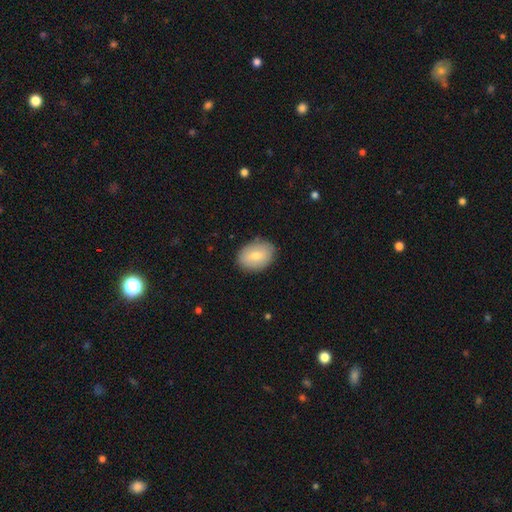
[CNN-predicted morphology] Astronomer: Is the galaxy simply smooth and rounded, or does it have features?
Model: smooth — 74%.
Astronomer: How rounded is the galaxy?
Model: in between — 78%.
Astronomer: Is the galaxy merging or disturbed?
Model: none — 86%.